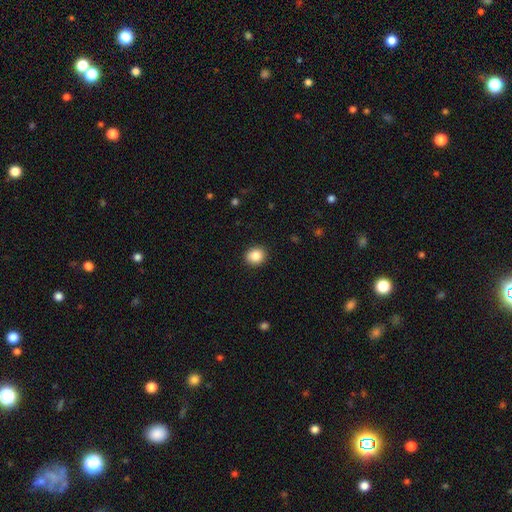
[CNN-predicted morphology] The model was most divided on "how rounded": round: 73%, in between: 27%, cigar-shaped: 1%. More confident: merging — none (91%); smooth or featured — smooth (87%).